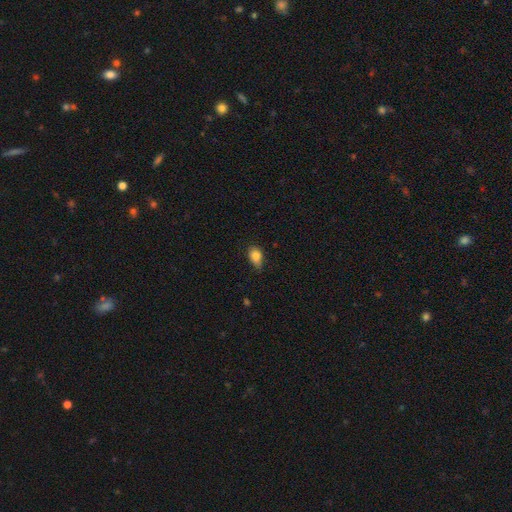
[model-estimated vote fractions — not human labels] Q: Smooth or featured?
A: smooth (84%); runner-up: star or artifact (9%)
Q: How rounded?
A: in between (78%); runner-up: round (19%)
Q: Merging?
A: none (56%); runner-up: minor disturbance (36%)